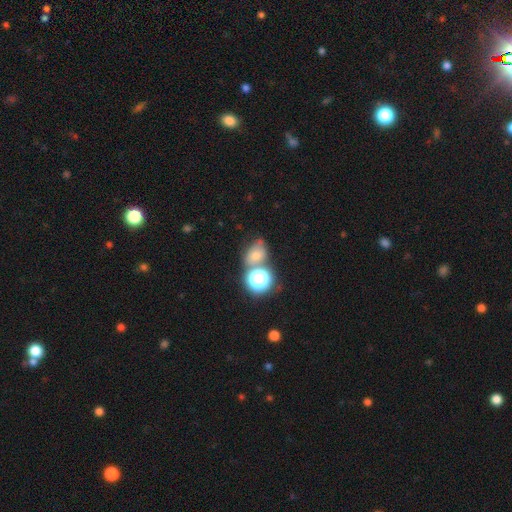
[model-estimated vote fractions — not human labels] Smooth or featured? smooth (60%)
How rounded? in between (54%)
Merging? none (48%)